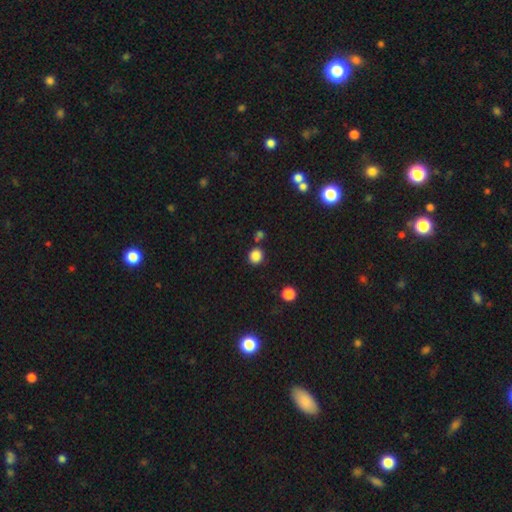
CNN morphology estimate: Smooth or featured: smooth — 85% (star or artifact — 12%)
How rounded: round — 88% (in between — 11%)
Merging: none — 79% (merger — 10%)